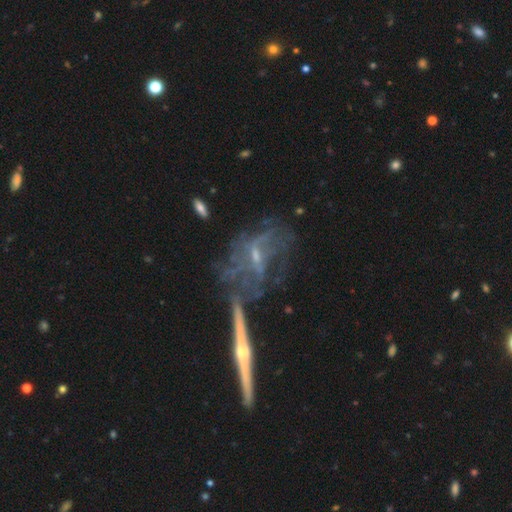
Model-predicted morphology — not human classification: smooth_or_featured: featured or disk (p=0.78) [alt: smooth p=0.11]
disk_edge_on: no (p=0.77) [alt: yes p=0.23]
bar: no (p=0.47) [alt: weak p=0.38]
has_spiral_arms: yes (p=0.57) [alt: no p=0.43]
bulge_size: small (p=0.58) [alt: moderate p=0.28]
merging: none (p=0.41) [alt: major disturbance p=0.23]